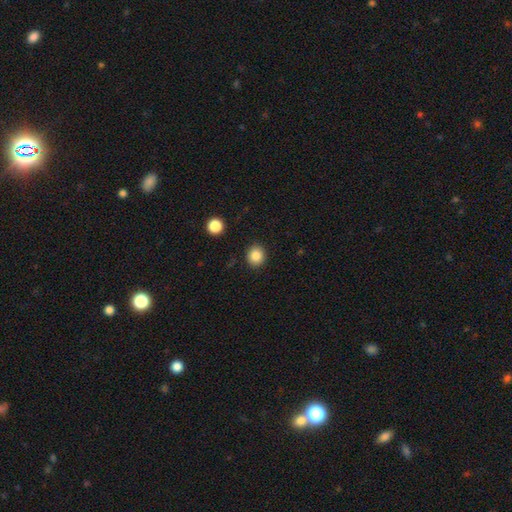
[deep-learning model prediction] This appears to be a smooth galaxy with no disk features (85%) that is round (82%). Merging: none (90%).